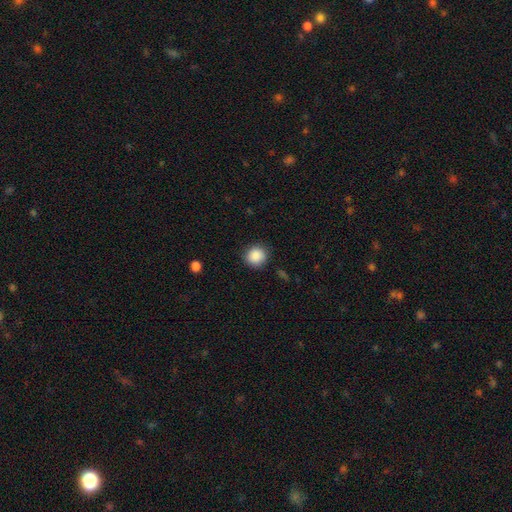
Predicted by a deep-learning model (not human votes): Smooth or featured? smooth (88%)
How rounded? round (90%)
Merging? none (87%)